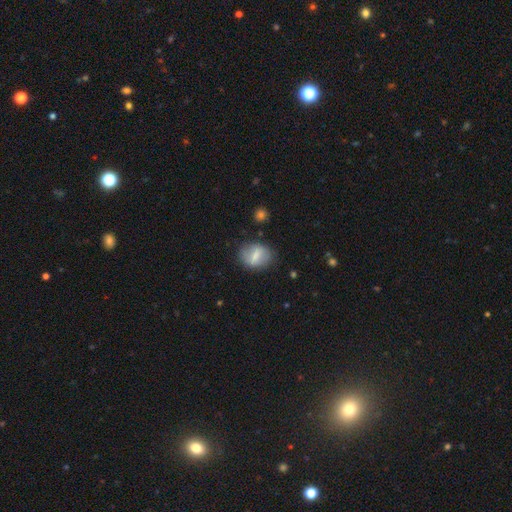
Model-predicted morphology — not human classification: type=smooth (58%); roundness=in between (64%); merging=none (76%).